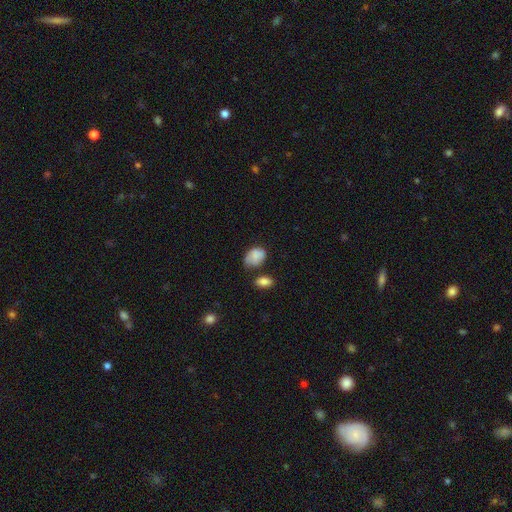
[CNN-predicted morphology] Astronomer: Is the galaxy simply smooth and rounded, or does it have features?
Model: smooth — 81%.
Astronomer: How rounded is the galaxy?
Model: in between — 78%.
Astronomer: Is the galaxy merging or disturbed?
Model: none — 45% (runner-up: minor disturbance, 35%).